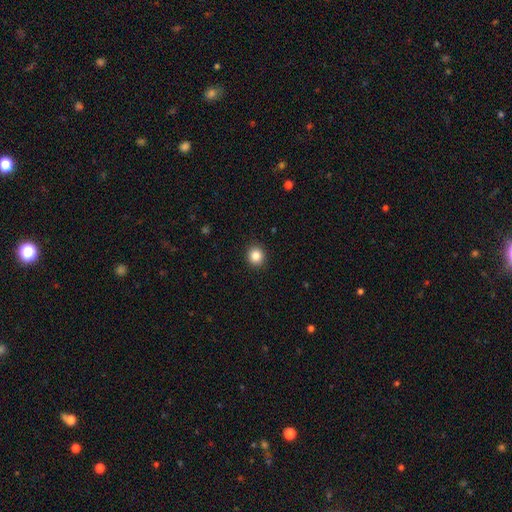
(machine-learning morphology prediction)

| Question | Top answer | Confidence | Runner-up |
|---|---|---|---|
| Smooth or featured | smooth | 85% | star or artifact (10%) |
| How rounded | round | 89% | in between (10%) |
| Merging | none | 92% | minor disturbance (5%) |